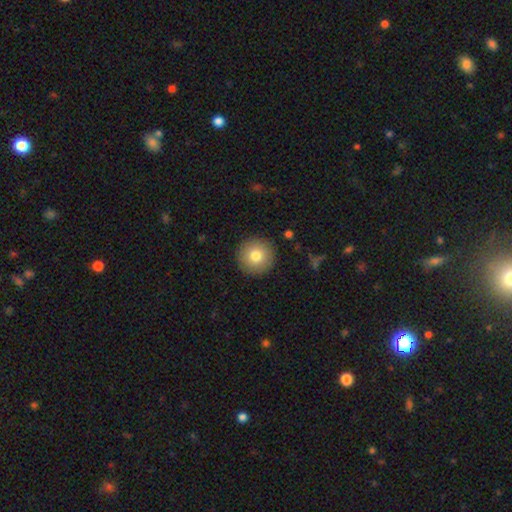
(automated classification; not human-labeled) Smooth or featured? smooth (79%)
How rounded? round (96%)
Merging? none (91%)